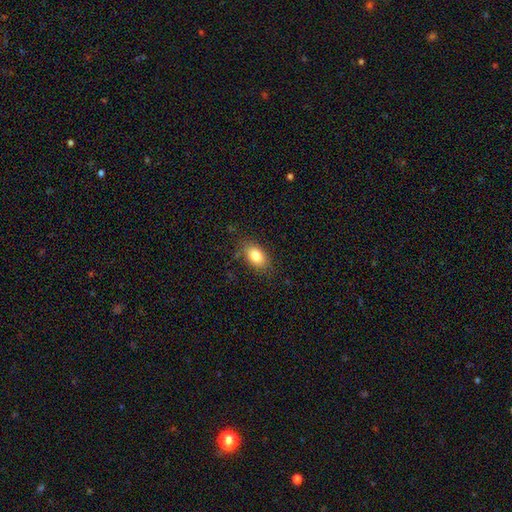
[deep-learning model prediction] smooth_or_featured: smooth (p=0.82) [alt: featured or disk p=0.10]
how_rounded: in between (p=0.88) [alt: round p=0.09]
merging: none (p=0.79) [alt: minor disturbance p=0.15]